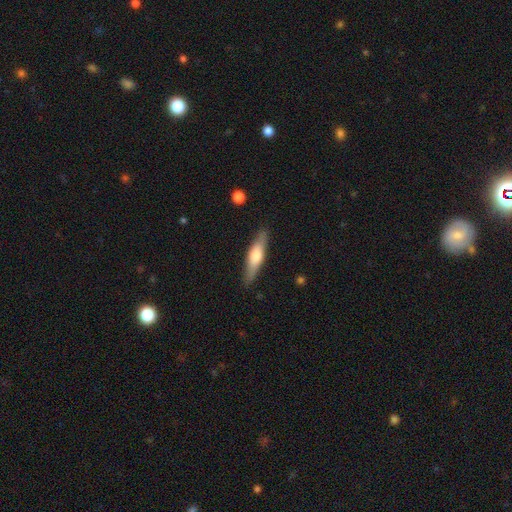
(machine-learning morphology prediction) smooth_or_featured: smooth (p=0.50) [alt: featured or disk p=0.44]
how_rounded: cigar-shaped (p=0.74) [alt: in between p=0.24]
merging: none (p=0.86) [alt: minor disturbance p=0.10]